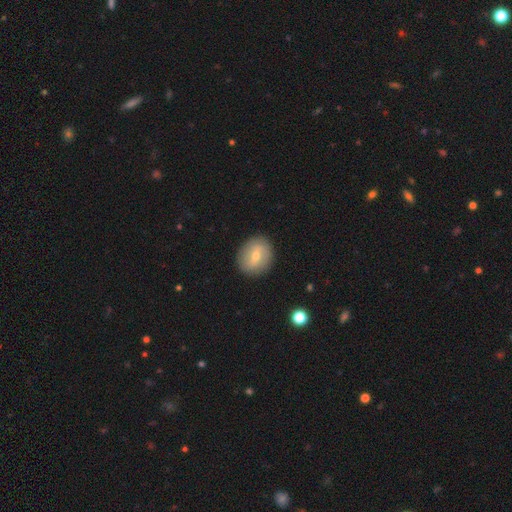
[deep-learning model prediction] The model was most divided on "smooth or featured": smooth: 51%, featured or disk: 40%, star or artifact: 9%. More confident: merging — none (88%); how rounded — round (65%).